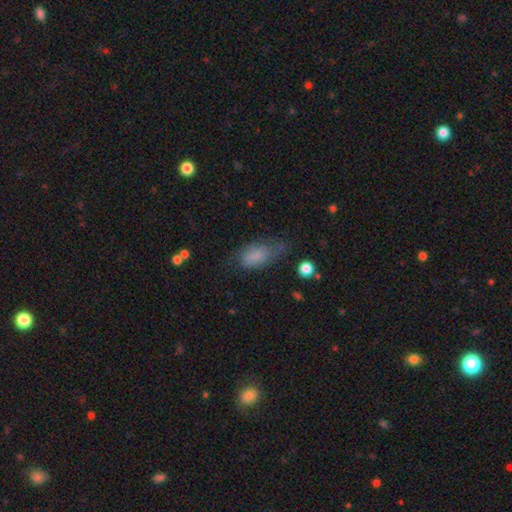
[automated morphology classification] This is likely a smooth galaxy (72%). How rounded: clearly in between (89%). Merging: marginally none (44%).